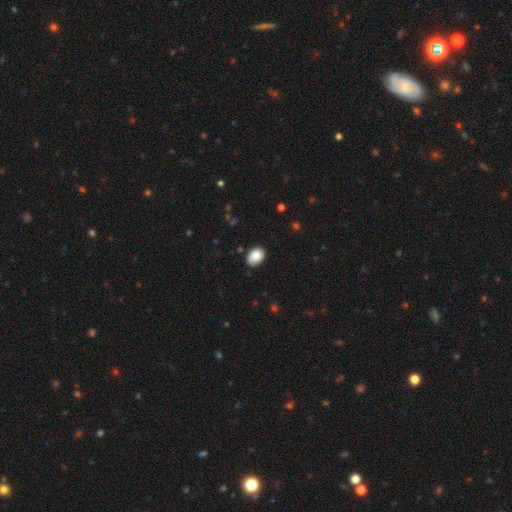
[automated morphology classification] Overall: smooth (87%). How rounded: in between (71%). Merging: none (81%).